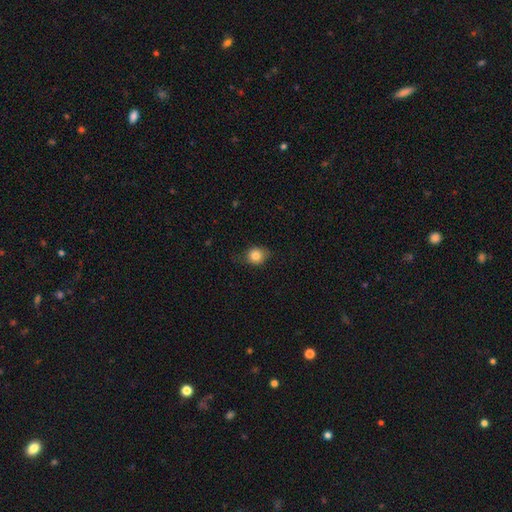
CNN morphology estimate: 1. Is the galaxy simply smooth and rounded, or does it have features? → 81% smooth, 10% star or artifact, 9% featured or disk.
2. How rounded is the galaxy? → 68% round, 31% in between, 1% cigar-shaped.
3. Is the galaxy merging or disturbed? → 73% none, 21% minor disturbance, 5% major disturbance, 1% merger.